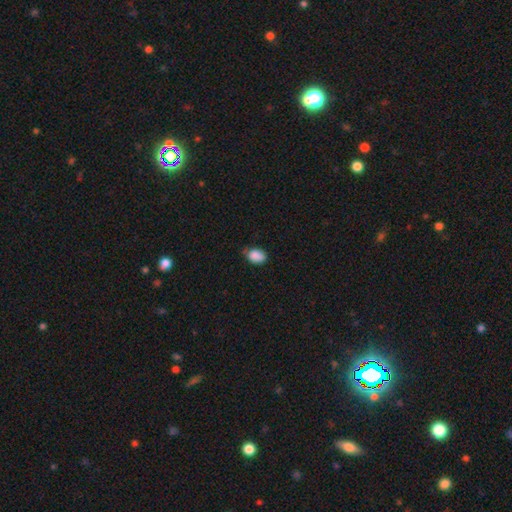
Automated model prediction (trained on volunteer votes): Q: Smooth or featured?
A: smooth (87%); runner-up: star or artifact (8%)
Q: How rounded?
A: in between (78%); runner-up: round (21%)
Q: Merging?
A: none (58%); runner-up: minor disturbance (34%)